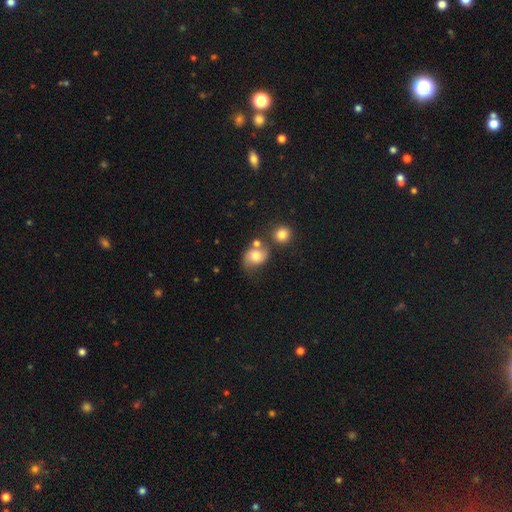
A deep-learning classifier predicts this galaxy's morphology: This appears to be a smooth galaxy with no disk features (65%) that is in between round and cigar-shaped (51%). Merging: none (46%).